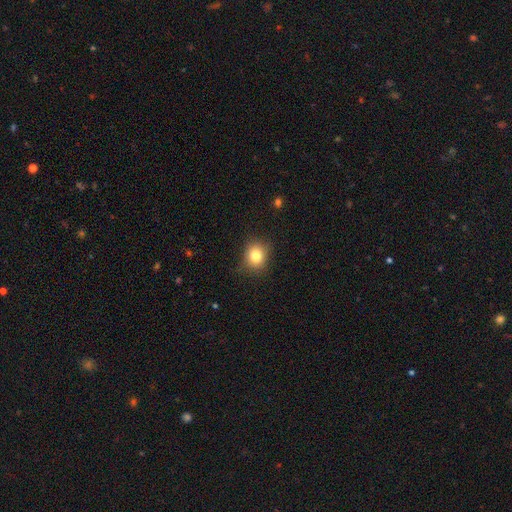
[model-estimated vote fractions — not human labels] This is clearly a smooth galaxy (81%). How rounded: likely round (69%). Merging: clearly none (82%).